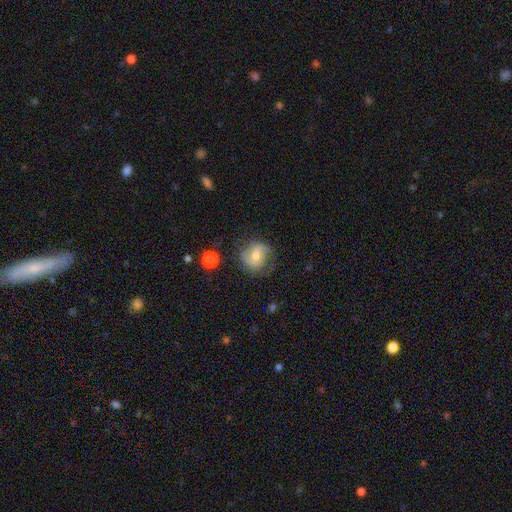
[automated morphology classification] Smooth or featured?
  - featured or disk: 47% *
  - smooth: 44%
  - star or artifact: 9%
Merging?
  - none: 63% *
  - minor disturbance: 24%
  - major disturbance: 12%
  - merger: 2%